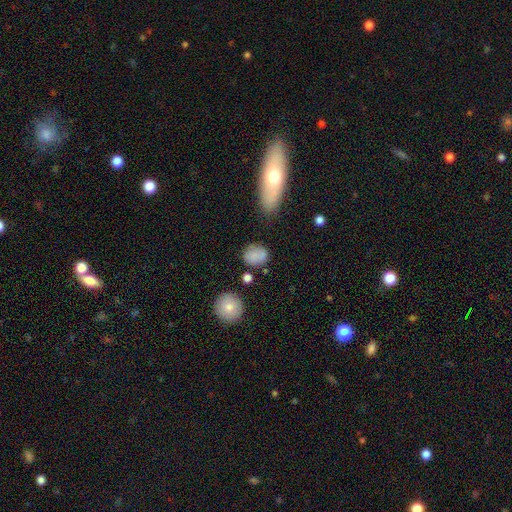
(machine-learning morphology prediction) Smooth or featured?
  - smooth: 80% *
  - featured or disk: 11%
  - star or artifact: 9%
How rounded?
  - round: 51% *
  - in between: 48%
  - cigar-shaped: 1%
Merging?
  - none: 66% *
  - minor disturbance: 21%
  - major disturbance: 7%
  - merger: 6%